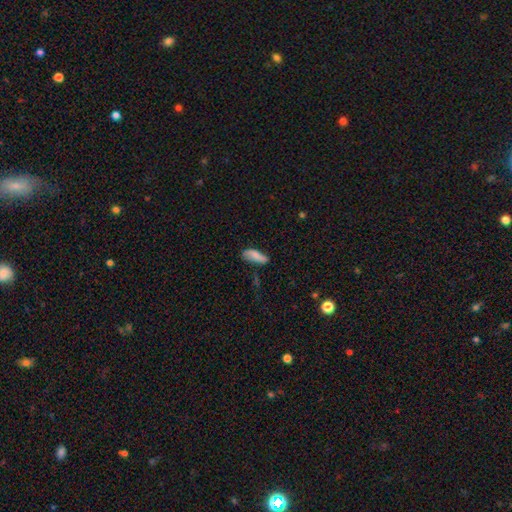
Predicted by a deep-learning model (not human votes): Smooth or featured? smooth (71%)
How rounded? in between (68%)
Merging? none (60%)